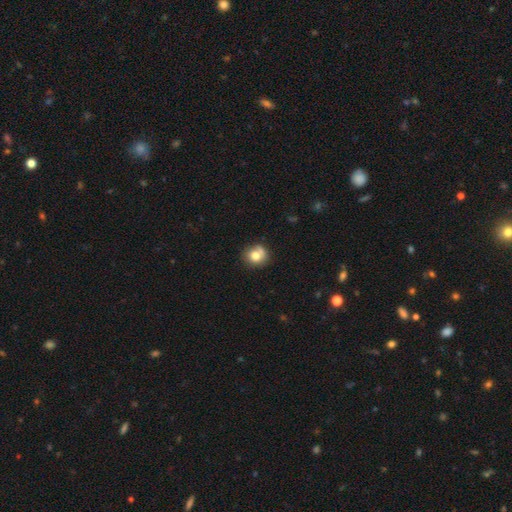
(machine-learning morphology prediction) smooth-or-featured: smooth: 76% | featured or disk: 14% | star or artifact: 10%
  how-rounded: round: 82% | in between: 17% | cigar-shaped: 1%
  merging: none: 61% | minor disturbance: 21% | merger: 11% | major disturbance: 6%